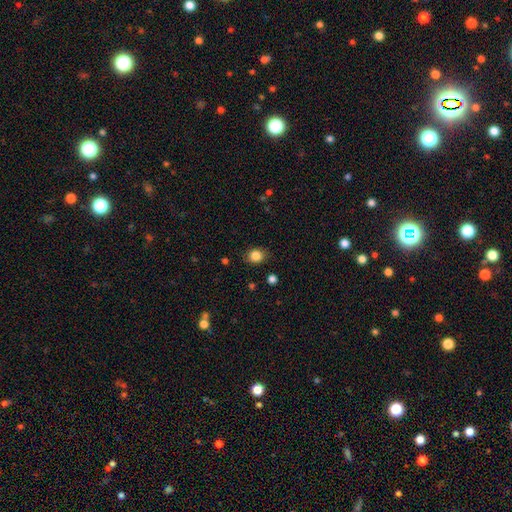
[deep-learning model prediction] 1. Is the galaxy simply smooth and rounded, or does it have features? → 84% smooth, 10% star or artifact, 5% featured or disk.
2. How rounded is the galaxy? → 64% round, 35% in between, 1% cigar-shaped.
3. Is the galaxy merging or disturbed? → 83% none, 12% minor disturbance, 3% major disturbance, 1% merger.